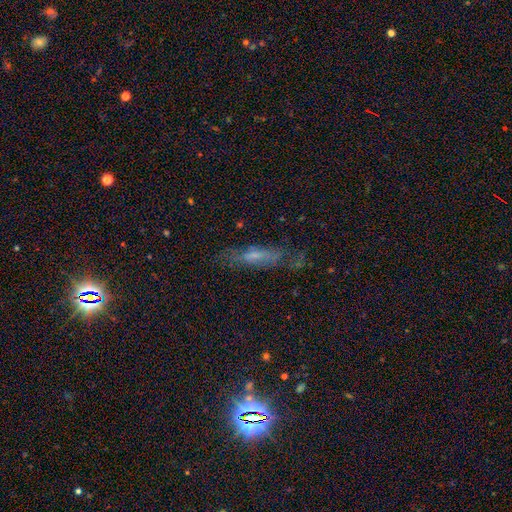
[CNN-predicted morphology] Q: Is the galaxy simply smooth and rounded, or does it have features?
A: smooth — 41%, tied with featured or disk.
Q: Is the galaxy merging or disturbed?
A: none — 68%.